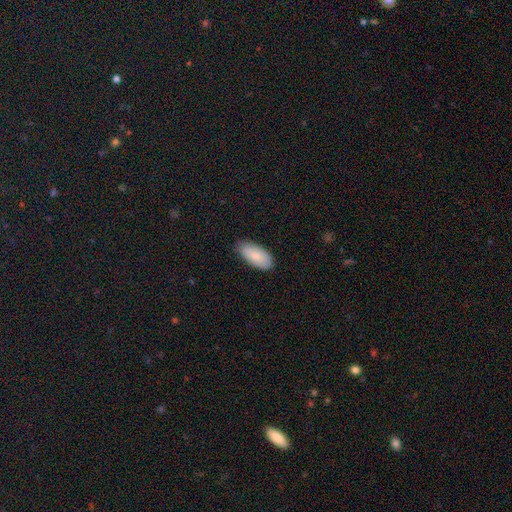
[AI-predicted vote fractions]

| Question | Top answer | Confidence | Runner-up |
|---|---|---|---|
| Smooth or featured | smooth | 85% | featured or disk (9%) |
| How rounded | in between | 92% | cigar-shaped (6%) |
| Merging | none | 83% | minor disturbance (14%) |